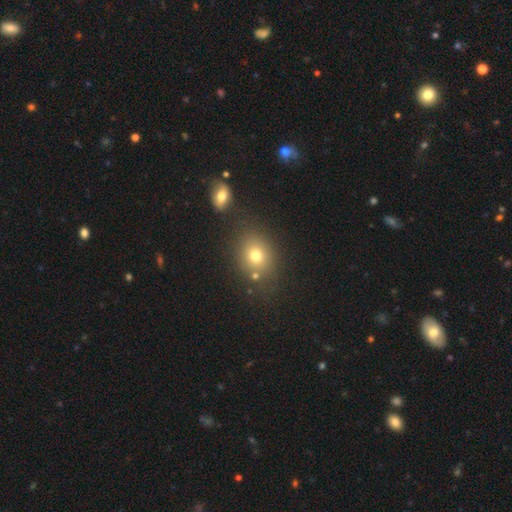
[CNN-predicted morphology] smooth 74%, star or artifact 15%, featured or disk 12%. Down the decision tree: how rounded — round (55%); merging — none (72%).